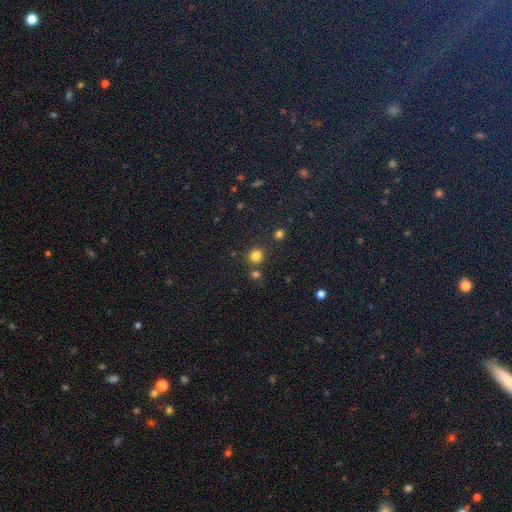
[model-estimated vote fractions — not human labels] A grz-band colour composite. It shows a smooth galaxy with no disk features (79%) that is round (86%). Merging: none (74%).